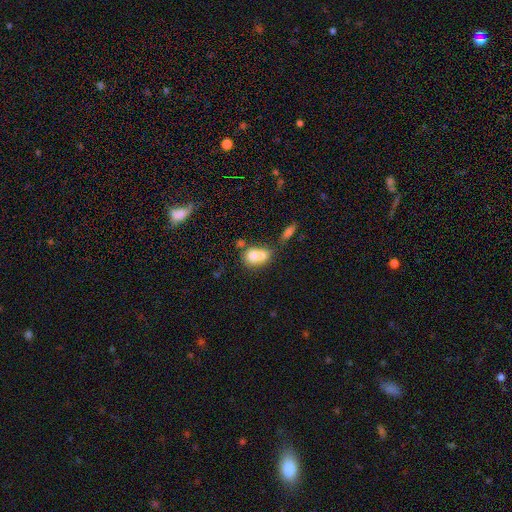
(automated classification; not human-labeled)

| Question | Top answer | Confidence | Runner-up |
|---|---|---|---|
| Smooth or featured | smooth | 72% | featured or disk (18%) |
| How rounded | in between | 54% | round (44%) |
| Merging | merger | 63% | none (23%) |